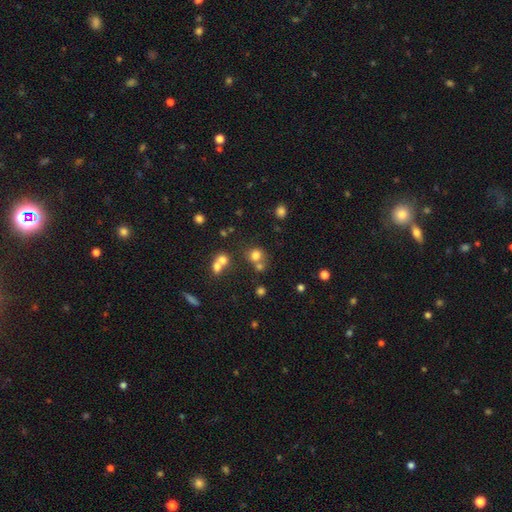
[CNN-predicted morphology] This appears to be a smooth galaxy with no disk features (72%) that is round (81%). Merging: none (53%).